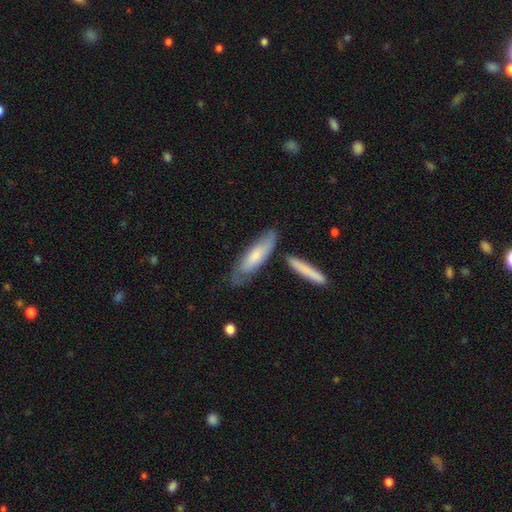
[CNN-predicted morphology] Overall: smooth (60%; featured or disk 34%). How rounded: cigar-shaped (57%; in between 41%). Merging: none (60%; minor disturbance 23%).